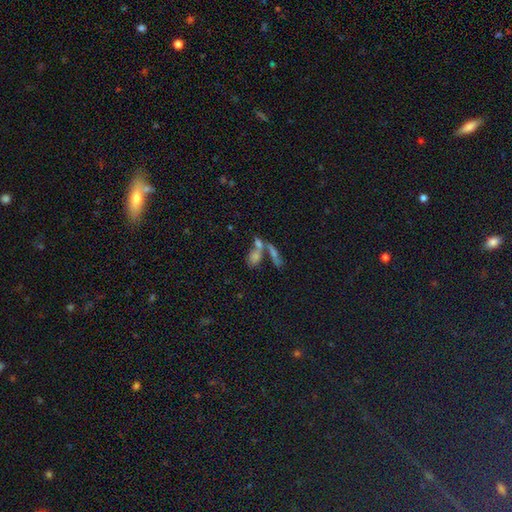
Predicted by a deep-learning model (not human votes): Overall: smooth (57%; featured or disk 23%). How rounded: in between (63%). Merging: merger (49%; none 35%).